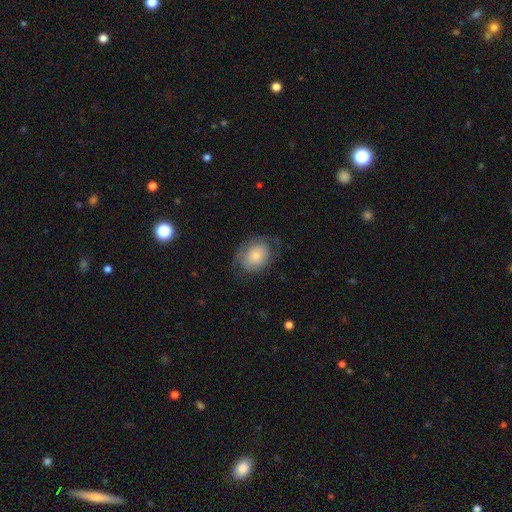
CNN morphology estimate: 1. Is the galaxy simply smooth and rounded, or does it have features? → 66% smooth, 27% featured or disk, 7% star or artifact.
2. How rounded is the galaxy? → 62% in between, 37% round, 1% cigar-shaped.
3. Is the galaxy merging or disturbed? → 63% none, 24% minor disturbance, 12% major disturbance, 1% merger.